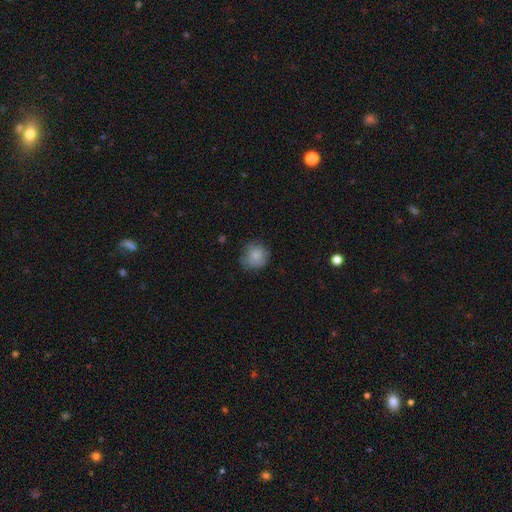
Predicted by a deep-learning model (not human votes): smooth-or-featured: smooth: 82% | featured or disk: 10% | star or artifact: 9%
  how-rounded: round: 85% | in between: 14% | cigar-shaped: 1%
  merging: none: 71% | minor disturbance: 22% | major disturbance: 6% | merger: 1%